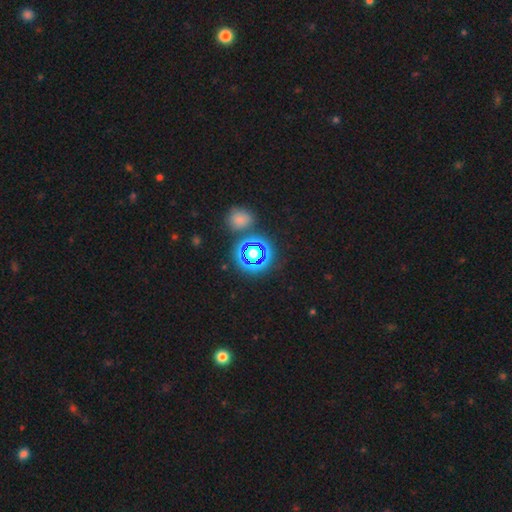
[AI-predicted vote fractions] Smooth or featured? star or artifact (68%)